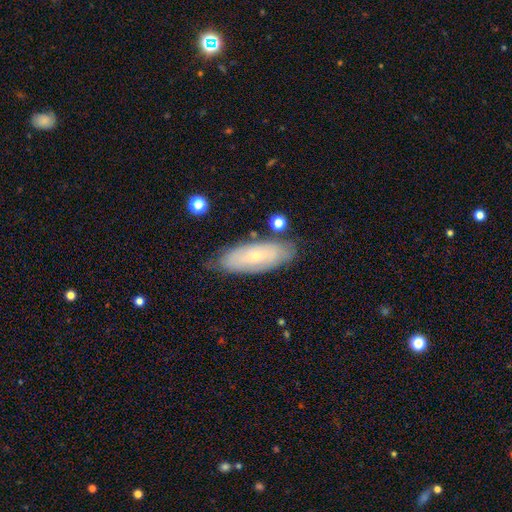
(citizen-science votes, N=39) smooth 51%, featured or disk 41%, star or artifact 8%. Down the decision tree: how rounded — in between (85%); merging — none (78%).